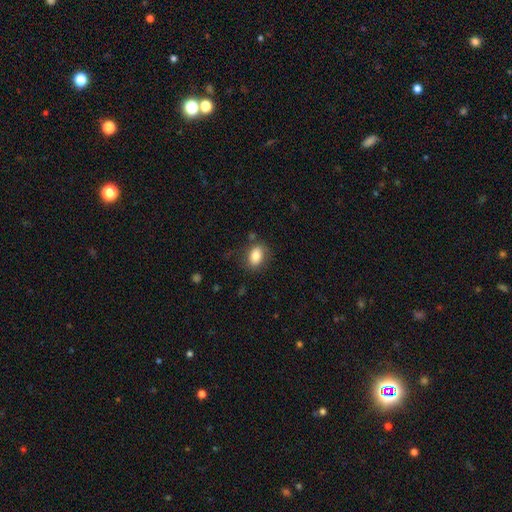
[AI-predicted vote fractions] smooth_or_featured: smooth (p=0.81) [alt: featured or disk p=0.11]
how_rounded: in between (p=0.79) [alt: round p=0.20]
merging: none (p=0.74) [alt: minor disturbance p=0.17]